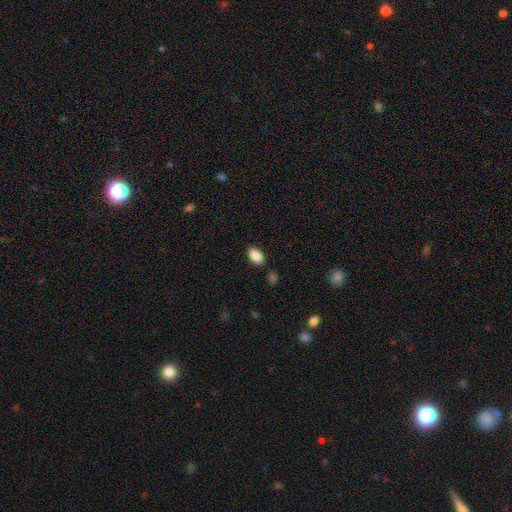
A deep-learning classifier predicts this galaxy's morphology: type=smooth (87%); roundness=in between (92%); merging=none (86%).